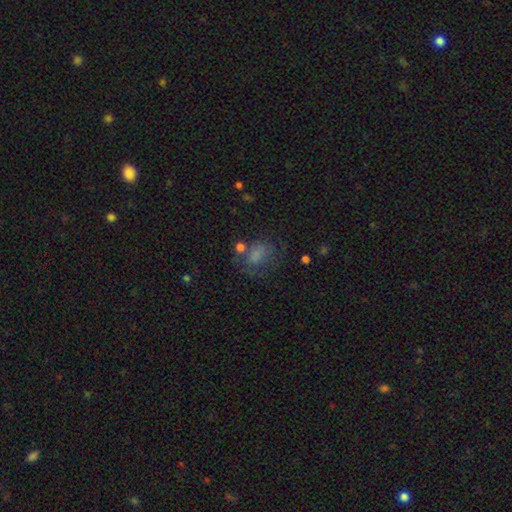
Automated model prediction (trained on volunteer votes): Morphology: type=smooth (58%); roundness=in between (61%); merging=none (48%).